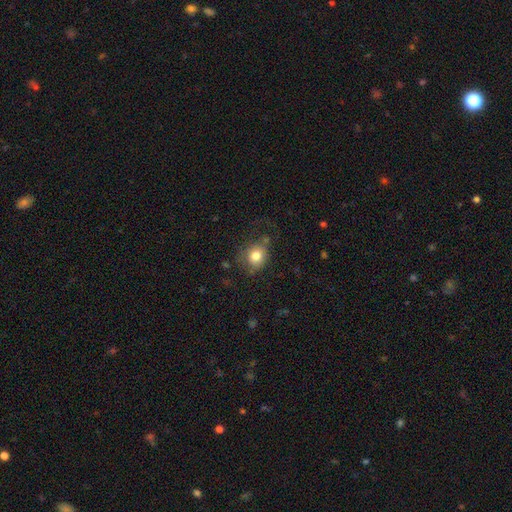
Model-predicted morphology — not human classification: Smooth or featured: smooth — 80% (featured or disk — 10%)
How rounded: round — 67% (in between — 32%)
Merging: none — 63% (minor disturbance — 22%)